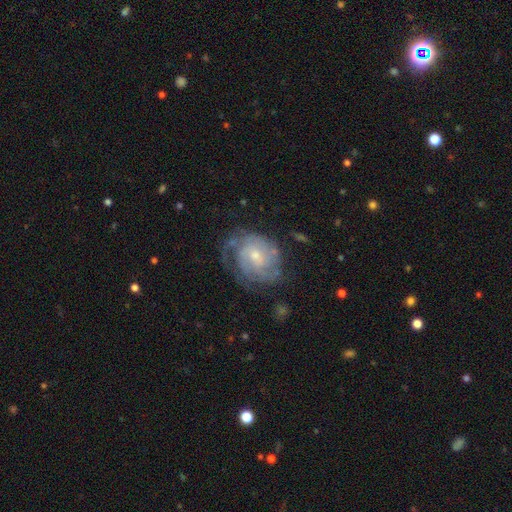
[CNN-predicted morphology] Overall: featured or disk (79%). Edge-on disk: no (97%). Bar: no (62%; weak 33%). Spiral arms: yes (91%). Spiral arm count: can't tell (42%; 2 21%). Spiral winding: tight (61%; medium 30%). Bulge size: small (54%; moderate 41%). Merging: none (58%; minor disturbance 24%).